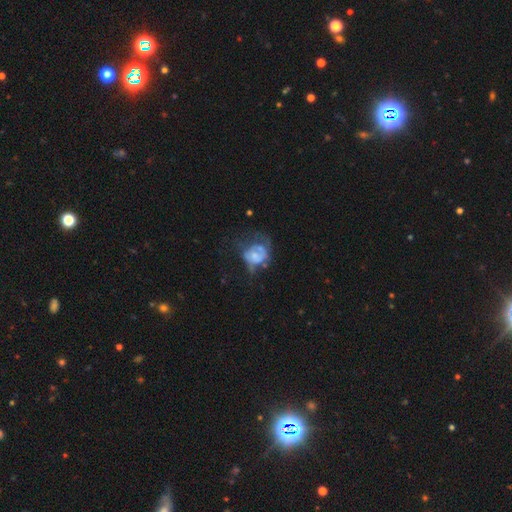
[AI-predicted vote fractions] Smooth or featured? Predicted: featured or disk (p=0.48). Merging? Predicted: major disturbance (p=0.39).